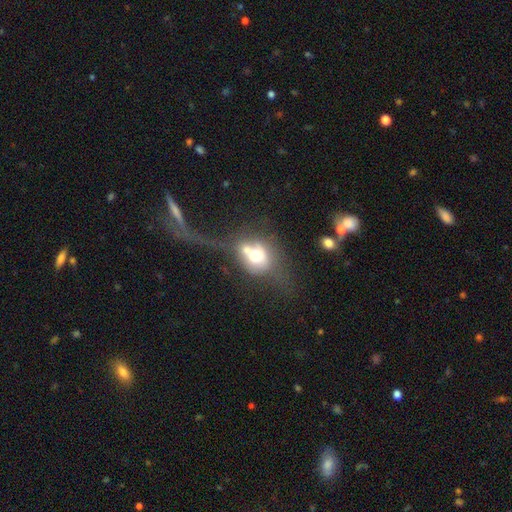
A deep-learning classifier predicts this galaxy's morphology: The model was most divided on "merging": merger: 44%, none: 26%, major disturbance: 18%, minor disturbance: 12%. More confident: how rounded — round (60%); smooth or featured — smooth (55%).